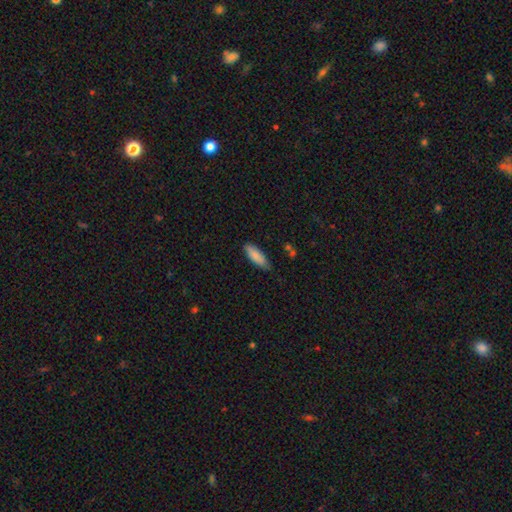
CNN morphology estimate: smooth 85%, featured or disk 9%, star or artifact 6%. Down the decision tree: how rounded — in between (58%); merging — none (80%).